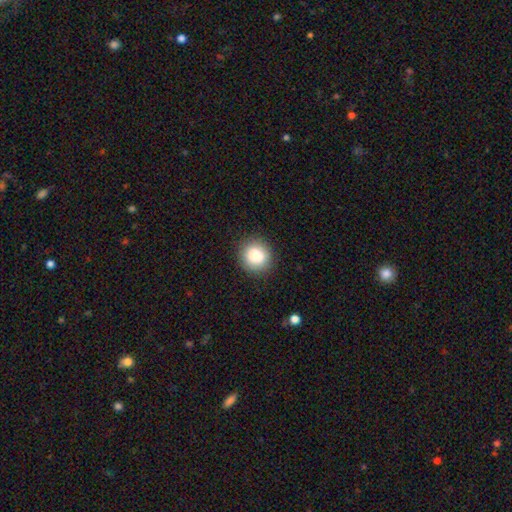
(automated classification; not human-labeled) smooth 86%, star or artifact 9%, featured or disk 5%. Down the decision tree: how rounded — round (88%); merging — none (88%).